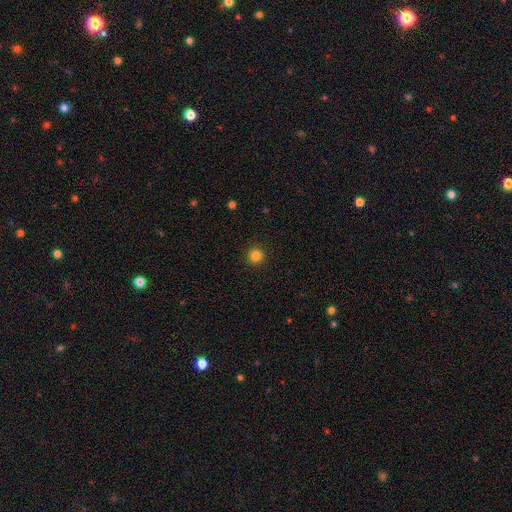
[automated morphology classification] smooth-or-featured: smooth: 83% | star or artifact: 13% | featured or disk: 4%
  how-rounded: round: 96% | in between: 3% | cigar-shaped: 1%
  merging: none: 93% | minor disturbance: 4% | major disturbance: 2% | merger: 1%